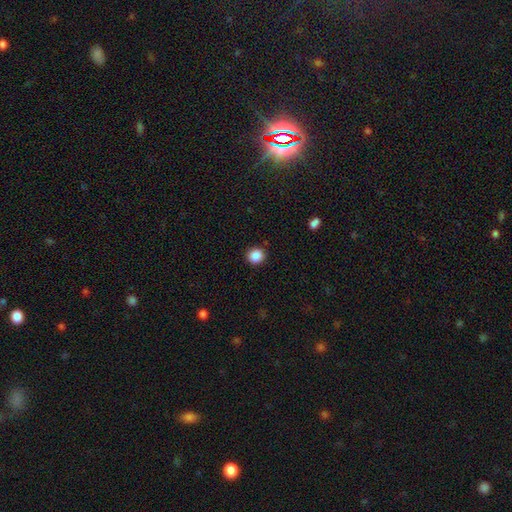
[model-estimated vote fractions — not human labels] Smooth or featured: smooth — 88% (star or artifact — 10%)
How rounded: round — 91% (in between — 8%)
Merging: none — 91% (minor disturbance — 6%)